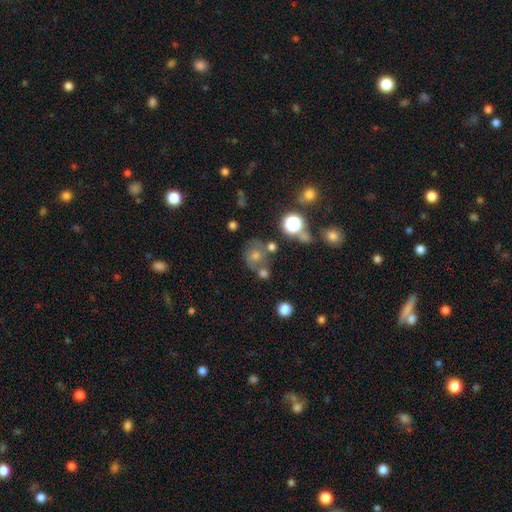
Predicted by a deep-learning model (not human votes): Overall: smooth (49%; star or artifact 27%). Merging: none (55%; merger 19%).